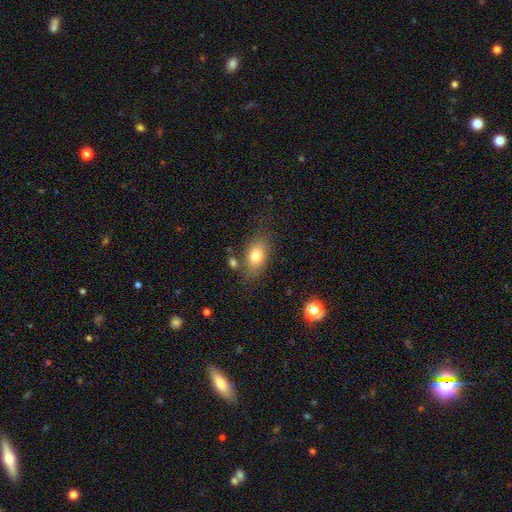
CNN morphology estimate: A smooth galaxy with no disk features (77%) that is in between round and cigar-shaped (85%). Merging: none (71%).